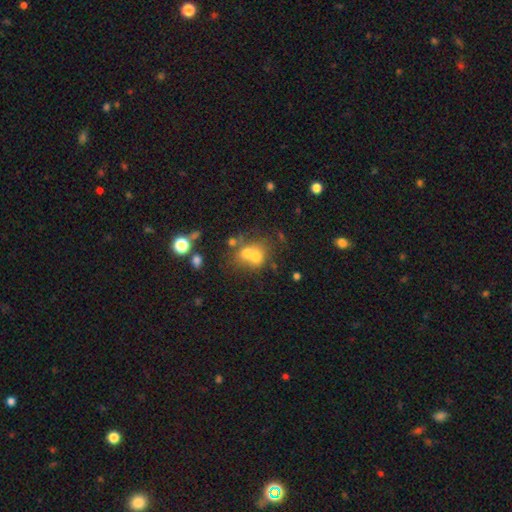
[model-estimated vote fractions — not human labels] Overall: smooth (63%). How rounded: round (68%; in between 31%). Merging: merger (62%; none 27%).